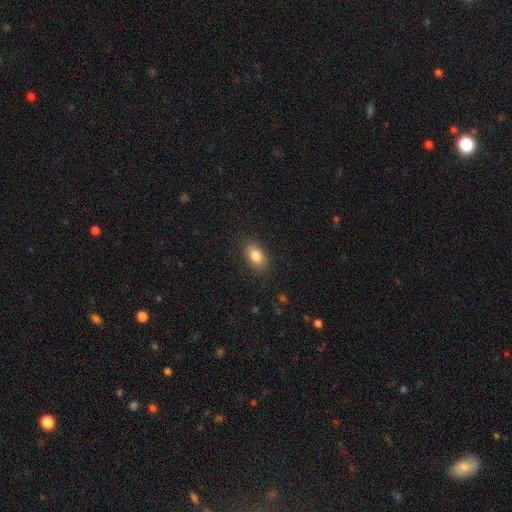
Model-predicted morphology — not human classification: smooth_or_featured: smooth (p=0.83) [alt: featured or disk p=0.08]
how_rounded: in between (p=0.89) [alt: round p=0.09]
merging: none (p=0.87) [alt: minor disturbance p=0.09]